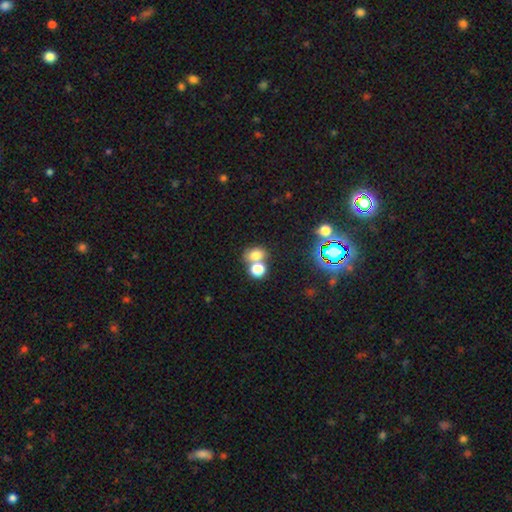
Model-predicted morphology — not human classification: Q: Smooth or featured?
A: smooth (71%); runner-up: star or artifact (18%)
Q: How rounded?
A: in between (52%); runner-up: round (47%)
Q: Merging?
A: merger (45%); runner-up: none (42%)